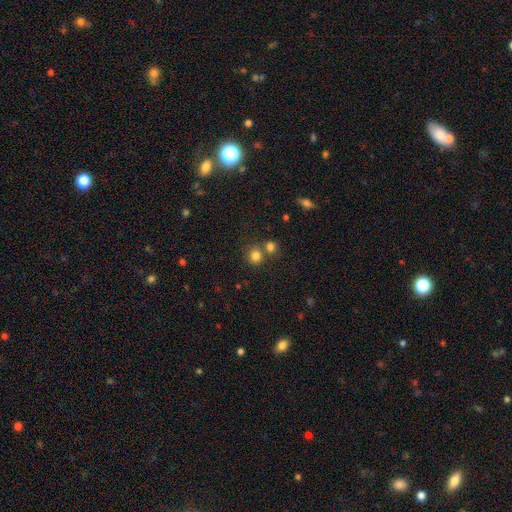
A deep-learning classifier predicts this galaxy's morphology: Overall: smooth (81%). How rounded: round (84%). Merging: none (62%; merger 27%).